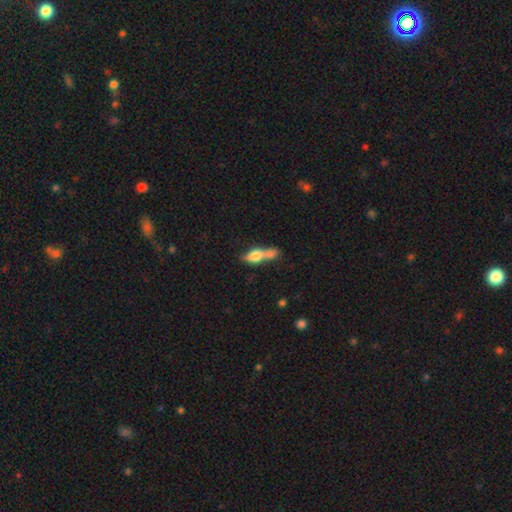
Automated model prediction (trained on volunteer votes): Morphology: type=smooth (64%); roundness=in between (63%); merging=merger (63%).